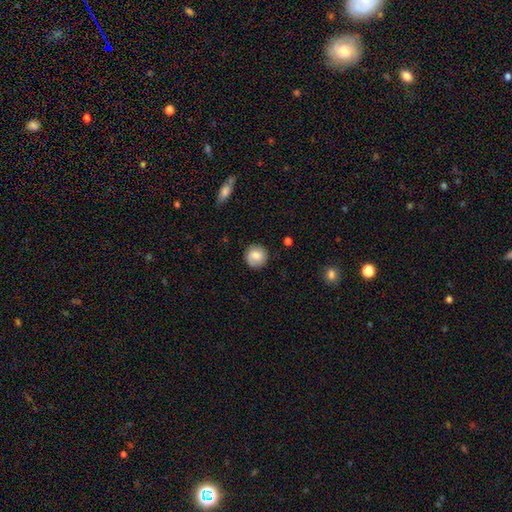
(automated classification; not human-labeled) Smooth or featured? smooth (75%)
How rounded? round (92%)
Merging? none (84%)